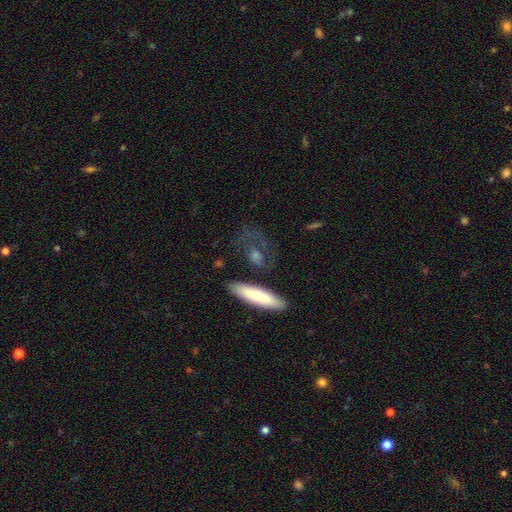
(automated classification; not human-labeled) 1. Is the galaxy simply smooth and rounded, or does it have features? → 59% smooth, 31% featured or disk, 11% star or artifact.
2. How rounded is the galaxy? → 49% cigar-shaped, 34% in between, 17% round.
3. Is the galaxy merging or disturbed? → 61% none, 17% minor disturbance, 16% major disturbance, 6% merger.